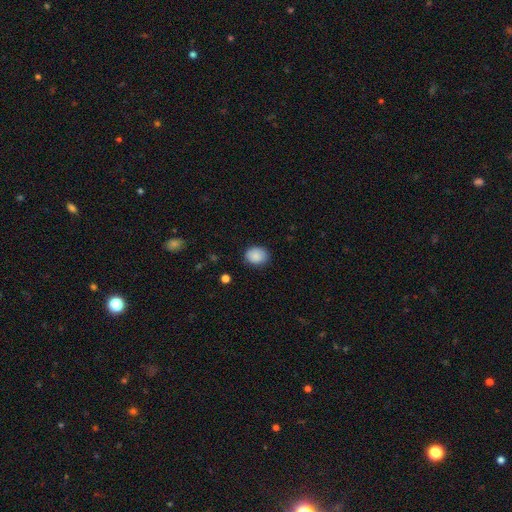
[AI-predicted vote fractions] smooth 88%, star or artifact 8%, featured or disk 5%. Down the decision tree: how rounded — round (53%); merging — none (83%).